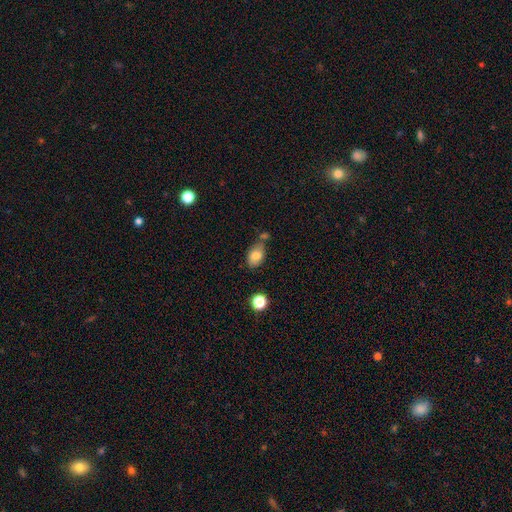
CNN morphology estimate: type=smooth (81%); roundness=in between (85%); merging=none (57%).